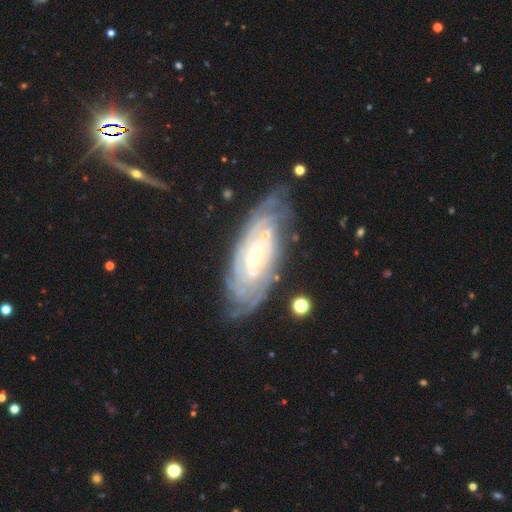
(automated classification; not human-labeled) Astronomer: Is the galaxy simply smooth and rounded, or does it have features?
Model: featured or disk — 83%.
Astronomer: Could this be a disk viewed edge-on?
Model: no — 91%.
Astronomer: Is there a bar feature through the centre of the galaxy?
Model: no — 69%.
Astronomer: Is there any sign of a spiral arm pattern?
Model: yes — 94%.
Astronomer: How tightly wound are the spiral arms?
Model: tight — 78%.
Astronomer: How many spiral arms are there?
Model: can't tell — 47%.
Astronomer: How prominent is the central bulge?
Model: small — 75%.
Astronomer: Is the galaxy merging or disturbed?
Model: none — 68%.